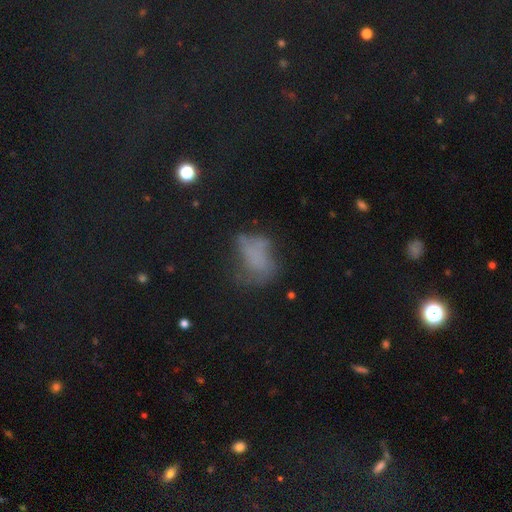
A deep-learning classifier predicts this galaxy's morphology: A smooth galaxy with no disk features (54%) that is in between round and cigar-shaped (77%). Merging: major disturbance (34%).